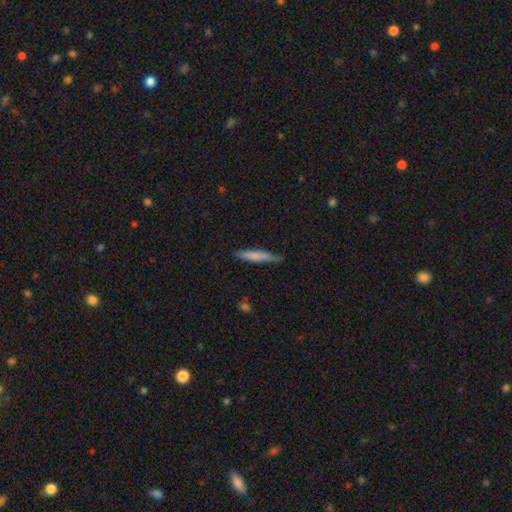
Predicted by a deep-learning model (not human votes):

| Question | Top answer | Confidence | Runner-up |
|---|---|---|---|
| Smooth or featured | smooth | 72% | featured or disk (23%) |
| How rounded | cigar-shaped | 92% | in between (6%) |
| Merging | none | 76% | minor disturbance (19%) |